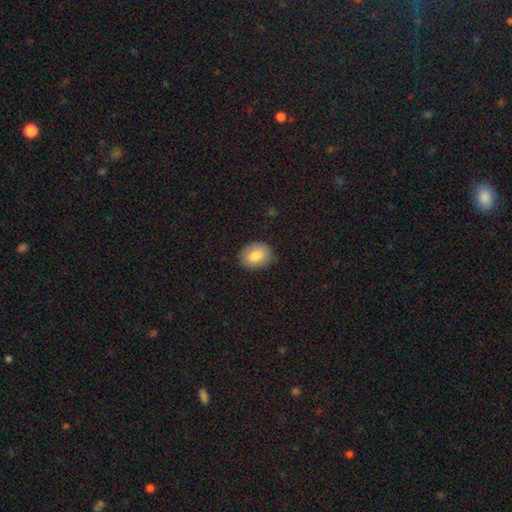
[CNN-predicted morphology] smooth-or-featured: smooth: 81% | featured or disk: 12% | star or artifact: 7%
  how-rounded: in between: 63% | round: 36% | cigar-shaped: 1%
  merging: none: 84% | minor disturbance: 12% | major disturbance: 3% | merger: 1%